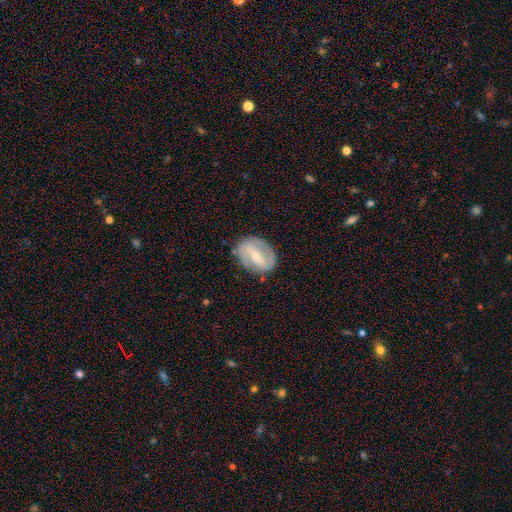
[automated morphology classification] Smooth or featured: featured or disk — 74% (smooth — 20%)
Edge-on disk: no — 95% (yes — 5%)
Bar: strong — 52% (weak — 33%)
Spiral arms: yes — 75% (no — 25%)
Spiral winding: medium — 41% (tight — 35%)
Spiral arm count: 2 — 81% (can't tell — 12%)
Bulge size: small — 61% (moderate — 35%)
Merging: none — 79% (minor disturbance — 15%)